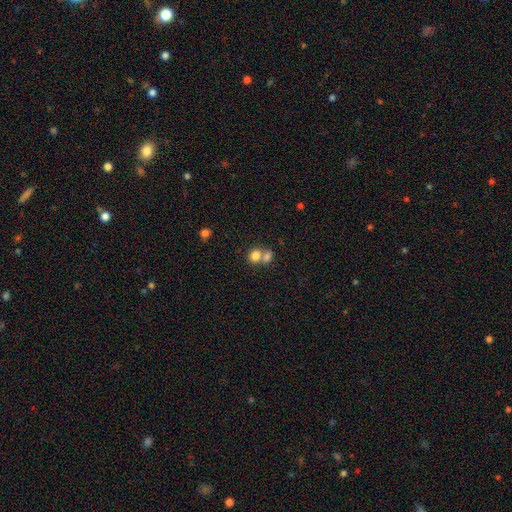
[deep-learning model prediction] Overall: smooth (79%). How rounded: round (62%; in between 37%). Merging: merger (59%; none 31%).